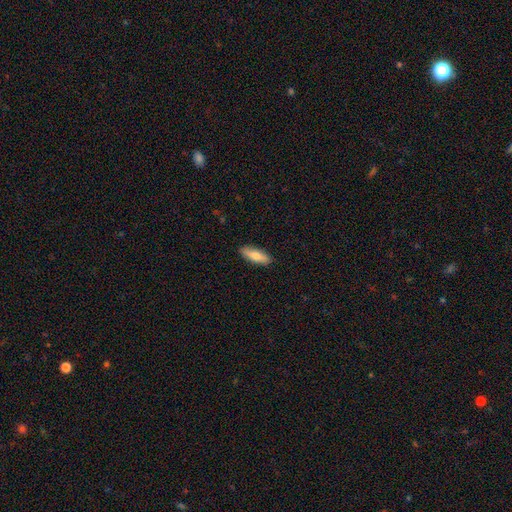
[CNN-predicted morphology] type=smooth (74%); roundness=in between (55%); merging=none (89%).